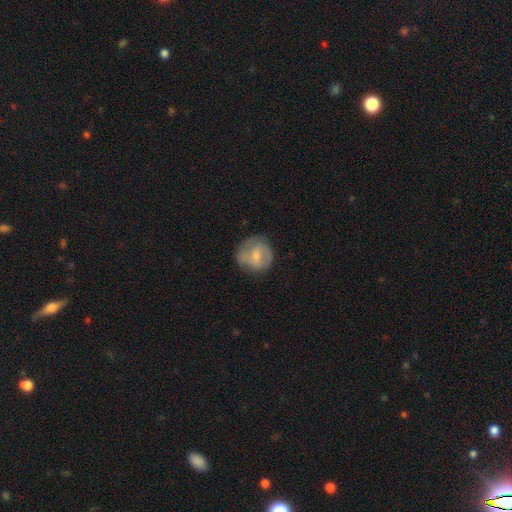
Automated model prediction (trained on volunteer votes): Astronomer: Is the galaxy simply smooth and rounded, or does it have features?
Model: smooth — 51% (runner-up: featured or disk, 42%).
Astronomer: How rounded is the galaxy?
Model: round — 84%.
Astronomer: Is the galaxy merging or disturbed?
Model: none — 64%.